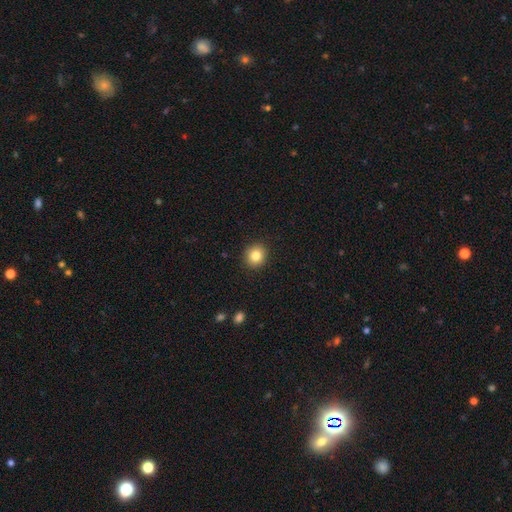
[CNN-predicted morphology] The model was most divided on "smooth or featured": smooth: 83%, star or artifact: 10%, featured or disk: 7%. More confident: merging — none (92%); how rounded — round (87%).